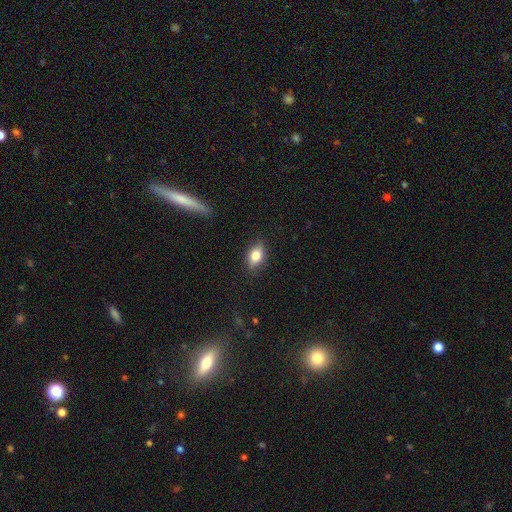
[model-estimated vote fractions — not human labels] smooth-or-featured: smooth: 75% | featured or disk: 16% | star or artifact: 9%
  how-rounded: in between: 81% | round: 13% | cigar-shaped: 6%
  merging: none: 85% | minor disturbance: 12% | major disturbance: 3% | merger: 1%